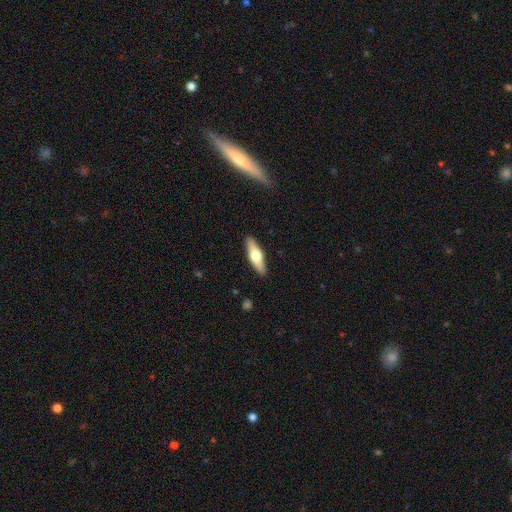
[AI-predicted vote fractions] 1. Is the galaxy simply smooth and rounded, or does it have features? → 51% smooth, 44% featured or disk, 6% star or artifact.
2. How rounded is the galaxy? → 54% cigar-shaped, 43% in between, 2% round.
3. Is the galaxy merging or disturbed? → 90% none, 8% minor disturbance, 2% major disturbance, 1% merger.